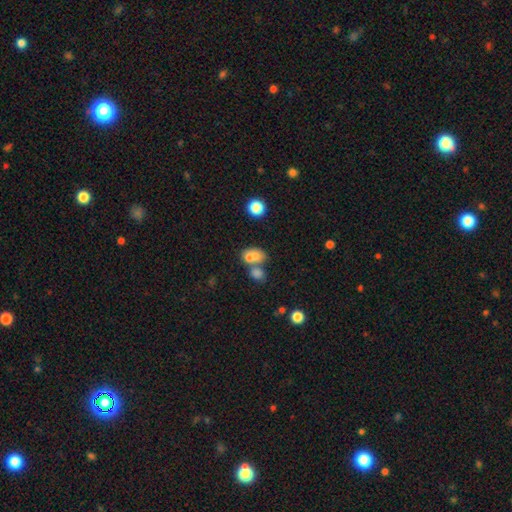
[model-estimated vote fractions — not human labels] Smooth or featured? Predicted: smooth (p=0.63). How rounded? Predicted: in between (p=0.64). Merging? Predicted: merger (p=0.45).